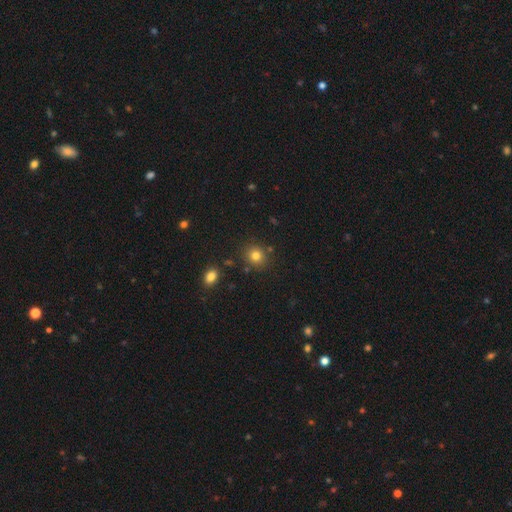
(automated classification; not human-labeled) Overall: smooth (80%). How rounded: round (81%). Merging: none (84%).